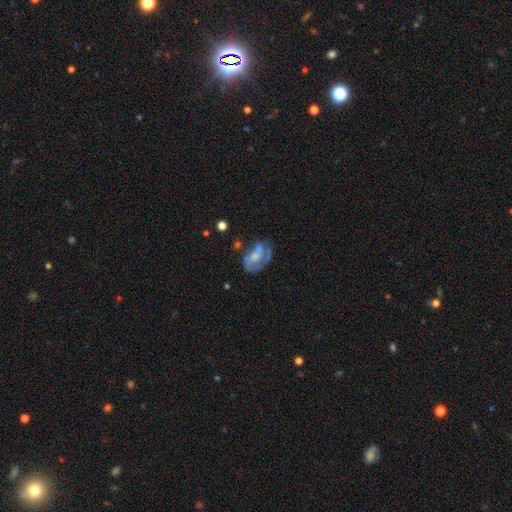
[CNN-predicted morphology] A featured or disk galaxy (57%) with no bar (73%), no spiral arms (52%) and a moderate central bulge (43%). Merging: none (35%).